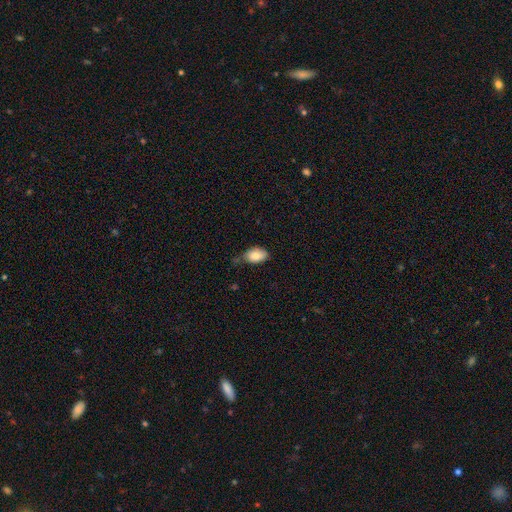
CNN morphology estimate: smooth-or-featured: smooth: 84% | featured or disk: 9% | star or artifact: 7%
  how-rounded: in between: 90% | round: 9% | cigar-shaped: 2%
  merging: none: 52% | minor disturbance: 35% | major disturbance: 8% | merger: 5%